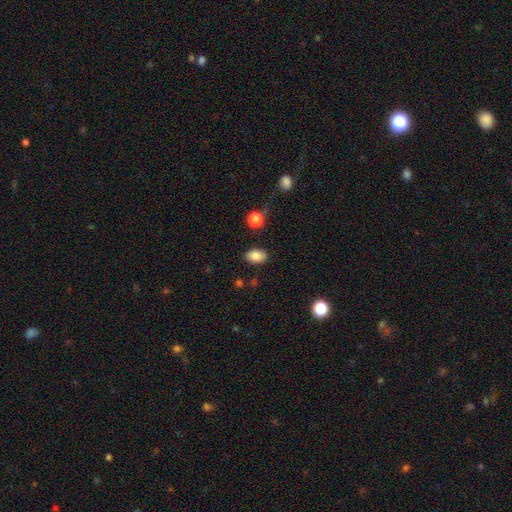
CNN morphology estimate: smooth-or-featured: smooth: 84% | star or artifact: 9% | featured or disk: 7%
  how-rounded: in between: 85% | round: 13% | cigar-shaped: 1%
  merging: none: 84% | minor disturbance: 11% | major disturbance: 3% | merger: 2%